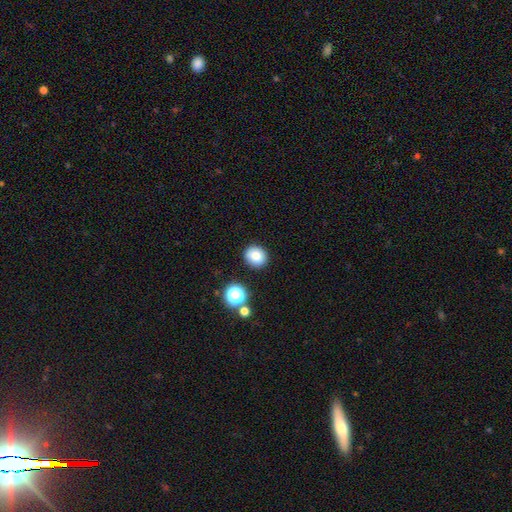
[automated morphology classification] Q: Smooth or featured?
A: smooth (80%); runner-up: star or artifact (12%)
Q: How rounded?
A: round (85%); runner-up: in between (14%)
Q: Merging?
A: none (88%); runner-up: minor disturbance (7%)